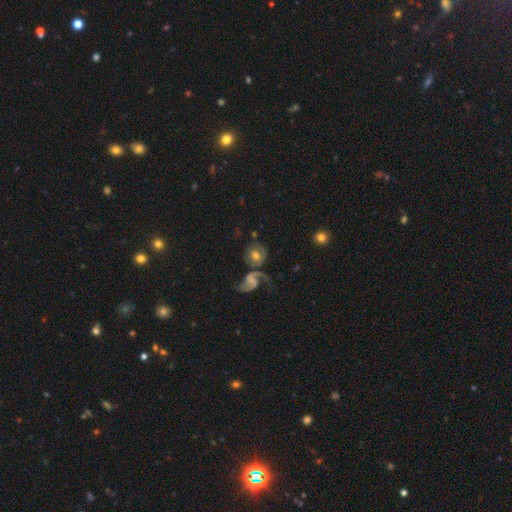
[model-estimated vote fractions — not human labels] The model was most divided on "merging": none: 42%, merger: 29%, major disturbance: 15%, minor disturbance: 14%. More confident: edge-on disk — no (96%); smooth or featured — featured or disk (52%).